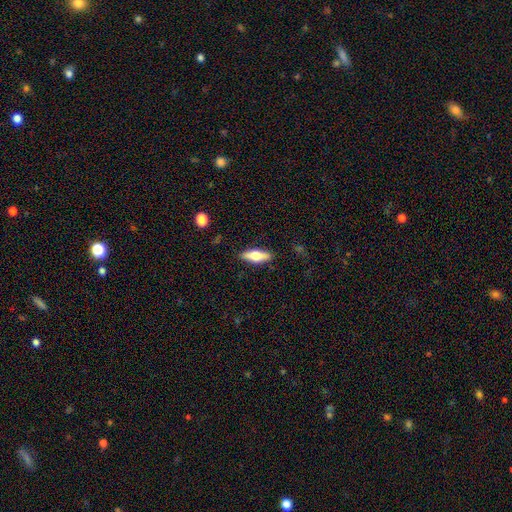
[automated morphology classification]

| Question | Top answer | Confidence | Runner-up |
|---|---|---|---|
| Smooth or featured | smooth | 57% | featured or disk (37%) |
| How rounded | in between | 62% | cigar-shaped (35%) |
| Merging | none | 86% | minor disturbance (10%) |